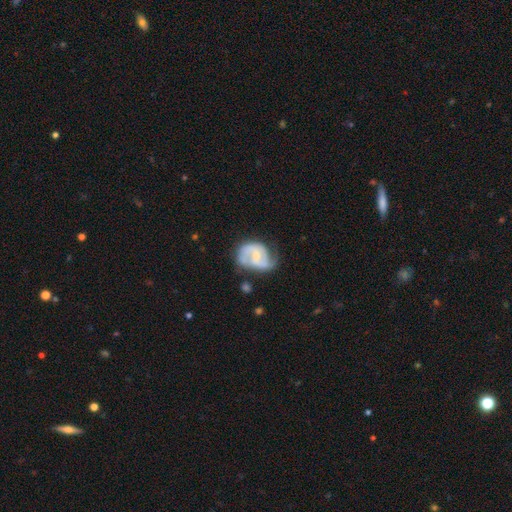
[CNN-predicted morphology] The model was most divided on "bar": weak: 50%, no: 36%, strong: 14%. Remaining: edge-on disk — no (98%); spiral arms — yes (90%); smooth or featured — featured or disk (78%); spiral arm count — 2 (74%); bulge size — small (56%); spiral winding — medium (50%); merging — none (48%).